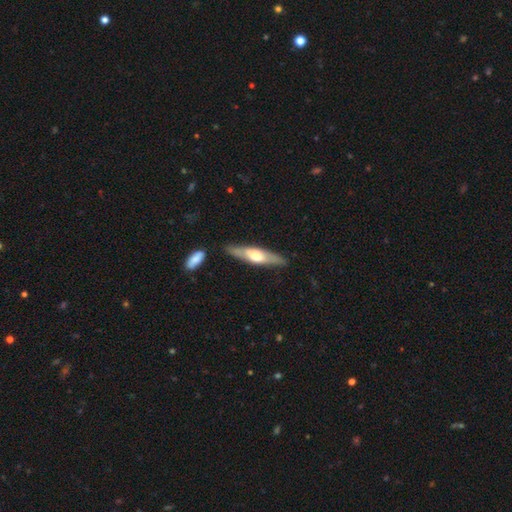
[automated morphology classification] featured or disk 57%, smooth 38%, star or artifact 5%. Down the decision tree: edge-on disk — yes (83%); merging — none (82%).